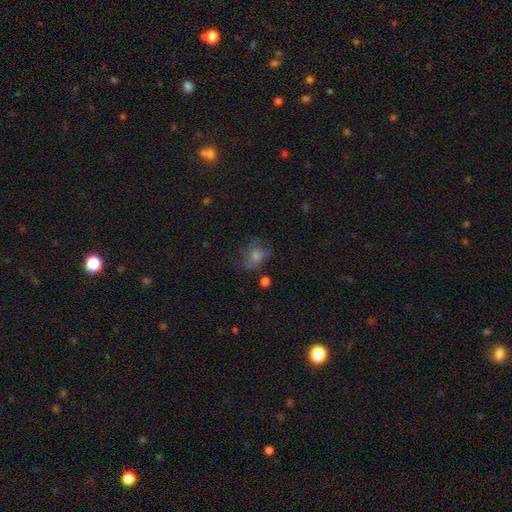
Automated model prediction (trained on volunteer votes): Smooth or featured? Predicted: smooth (p=0.46). Merging? Predicted: none (p=0.63).